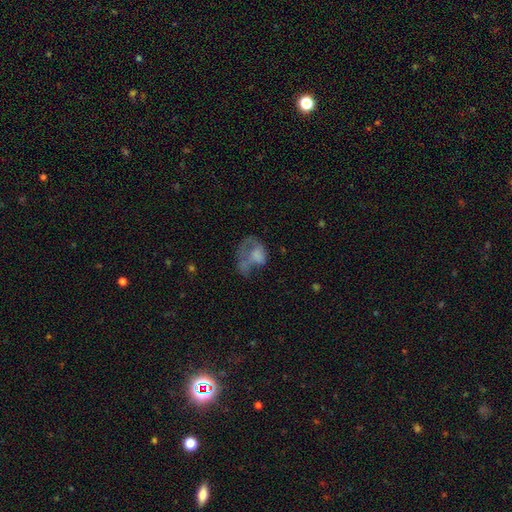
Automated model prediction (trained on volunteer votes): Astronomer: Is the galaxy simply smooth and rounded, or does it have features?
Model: smooth — 49% (runner-up: featured or disk, 39%).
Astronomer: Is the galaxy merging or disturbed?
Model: major disturbance — 50%.